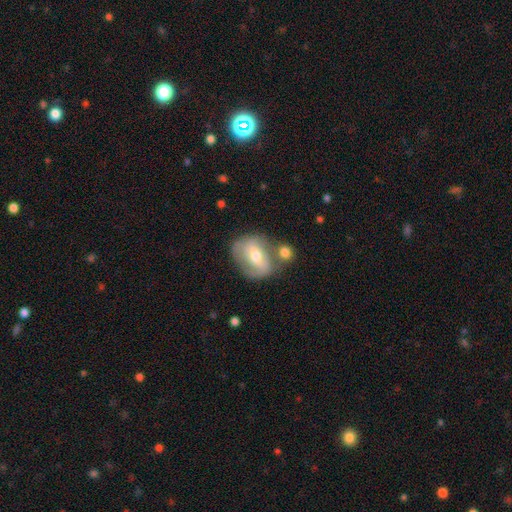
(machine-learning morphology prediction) type=featured or disk (58%); edge-on=no (94%); bar=weak (40%); spiral arms=yes (55%); bulge=moderate (60%); merging=none (45%).